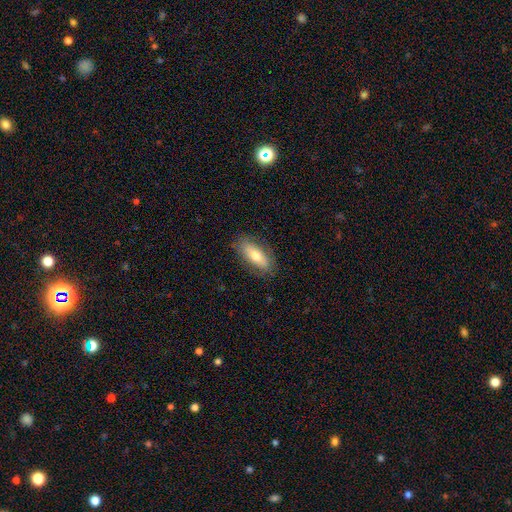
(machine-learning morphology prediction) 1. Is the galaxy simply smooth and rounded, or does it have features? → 63% smooth, 31% featured or disk, 6% star or artifact.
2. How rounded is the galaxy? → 81% in between, 16% cigar-shaped, 3% round.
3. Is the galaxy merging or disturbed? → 81% none, 14% minor disturbance, 4% major disturbance, 1% merger.